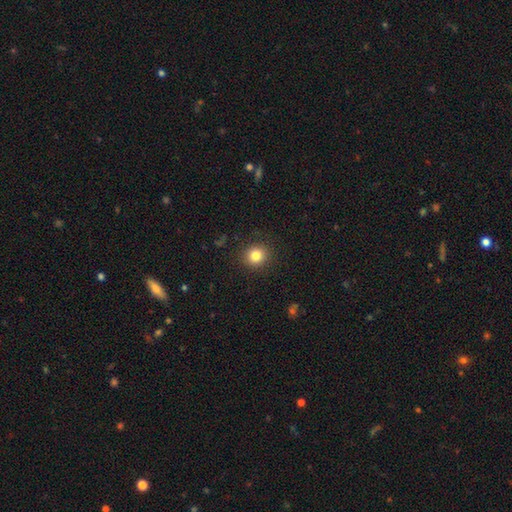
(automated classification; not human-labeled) smooth_or_featured: smooth (p=0.82) [alt: star or artifact p=0.12]
how_rounded: round (p=0.88) [alt: in between p=0.11]
merging: none (p=0.90) [alt: minor disturbance p=0.06]